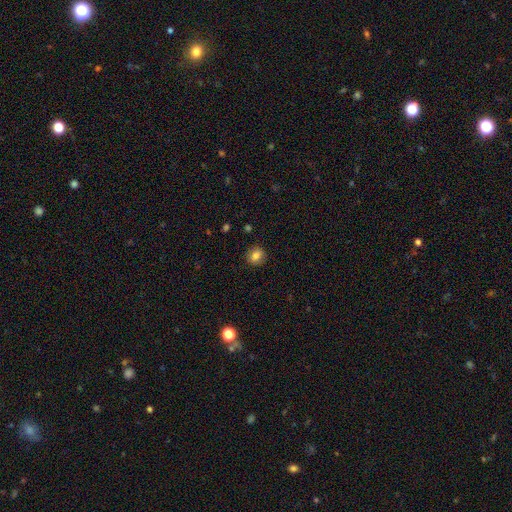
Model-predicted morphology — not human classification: smooth-or-featured: smooth: 80% | star or artifact: 10% | featured or disk: 10%
  how-rounded: round: 78% | in between: 21% | cigar-shaped: 1%
  merging: none: 89% | minor disturbance: 8% | major disturbance: 2% | merger: 1%